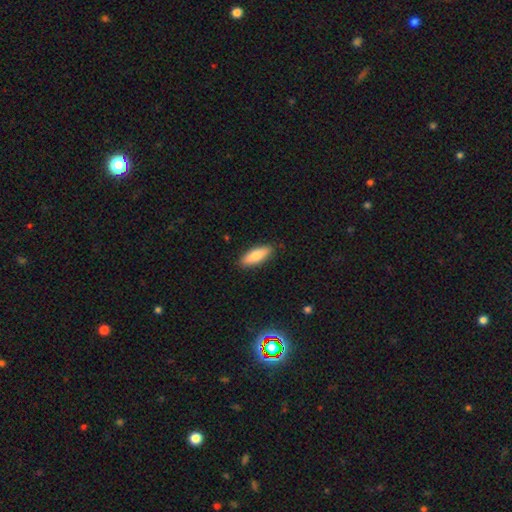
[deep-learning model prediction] The model was most divided on "how rounded": in between: 63%, cigar-shaped: 35%, round: 2%. More confident: merging — none (88%); smooth or featured — smooth (80%).